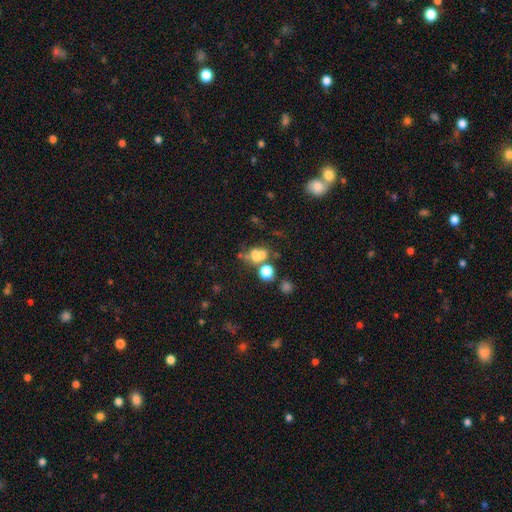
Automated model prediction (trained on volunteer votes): Smooth or featured: smooth — 57% (star or artifact — 22%)
How rounded: round — 56% (in between — 42%)
Merging: merger — 49% (none — 32%)